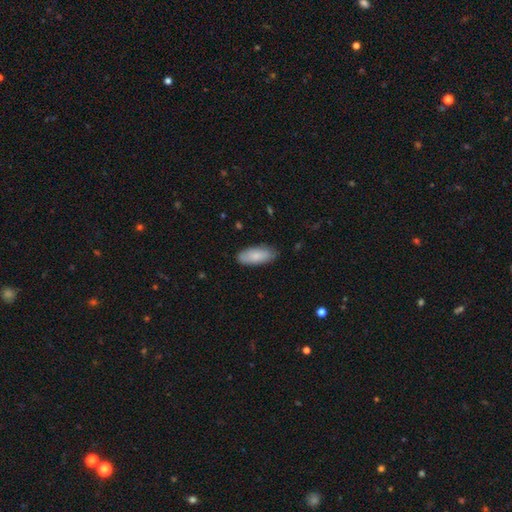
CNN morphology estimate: smooth_or_featured: smooth (p=0.84) [alt: featured or disk p=0.11]
how_rounded: in between (p=0.83) [alt: cigar-shaped p=0.15]
merging: none (p=0.84) [alt: minor disturbance p=0.13]